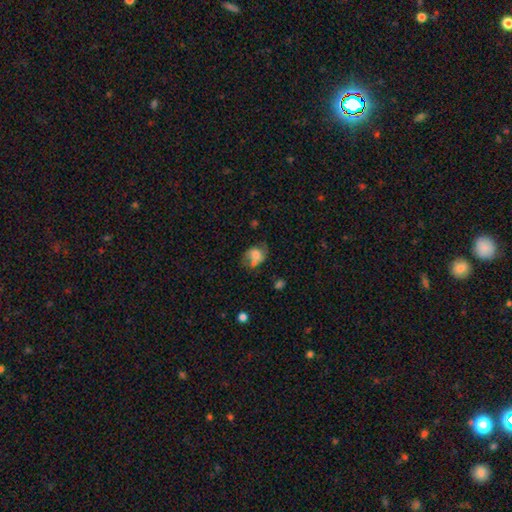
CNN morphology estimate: This appears to be a smooth galaxy with no disk features (63%) that is in between round and cigar-shaped (55%). Merging: none (38%).